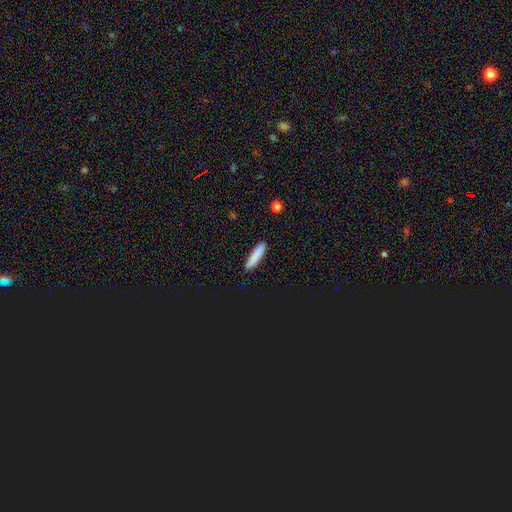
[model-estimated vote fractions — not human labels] Smooth or featured? Predicted: smooth (p=0.85). How rounded? Predicted: cigar-shaped (p=0.84). Merging? Predicted: none (p=0.87).